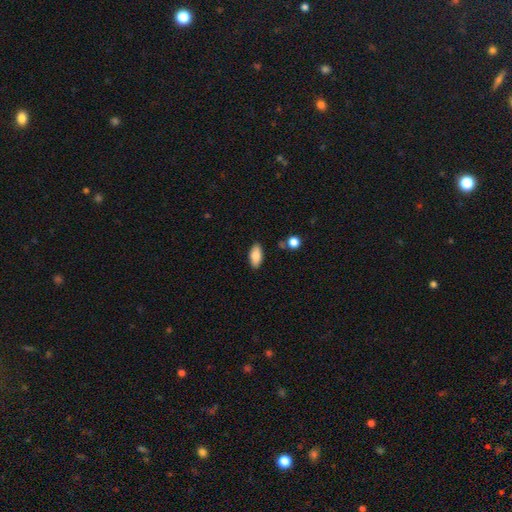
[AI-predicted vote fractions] Morphology: type=smooth (85%); roundness=in between (88%); merging=none (85%).